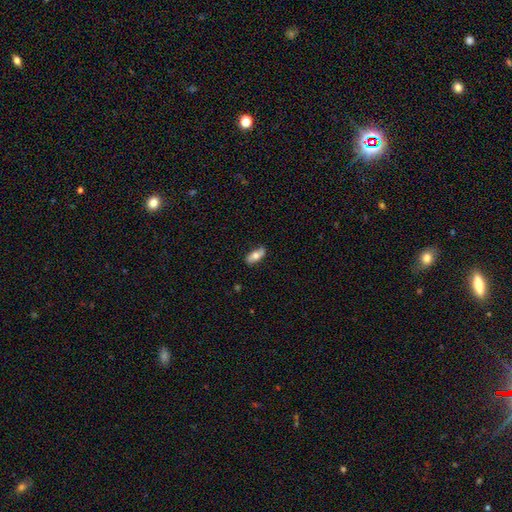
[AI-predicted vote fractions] This is likely a smooth galaxy (65%). How rounded: clearly in between (83%). Merging: likely none (79%).